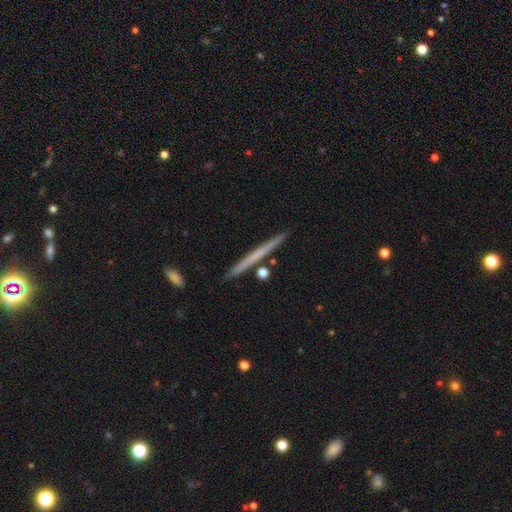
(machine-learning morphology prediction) A featured or disk galaxy (48%).

Vote fractions:
- Smooth or featured? featured or disk: 48% / smooth: 46% / star or artifact: 6%
- Merging? none: 90% / minor disturbance: 6% / merger: 3% / major disturbance: 1%